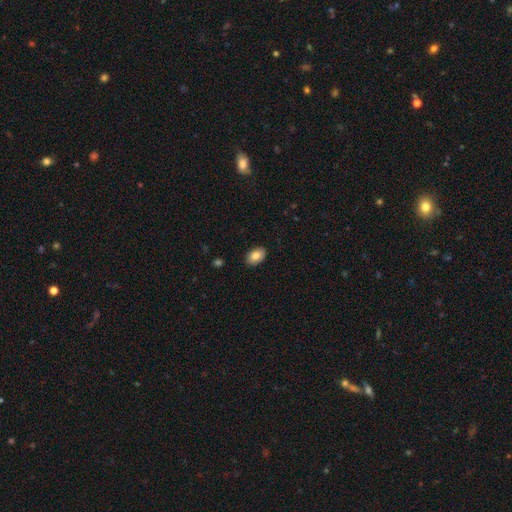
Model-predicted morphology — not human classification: This is clearly a smooth galaxy (82%). How rounded: clearly in between (89%). Merging: clearly none (87%).